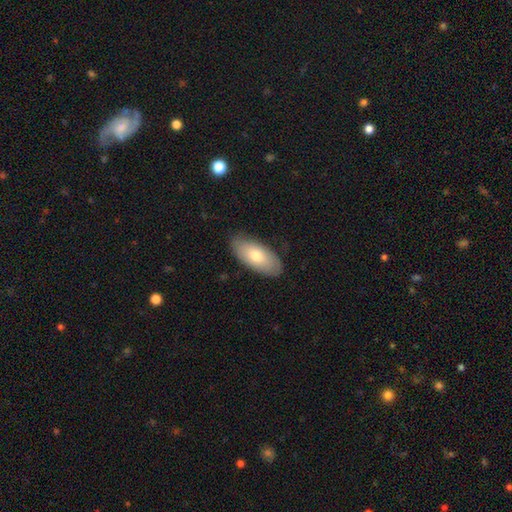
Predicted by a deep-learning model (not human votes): smooth 69%, featured or disk 25%, star or artifact 6%. Down the decision tree: how rounded — in between (92%); merging — none (83%).